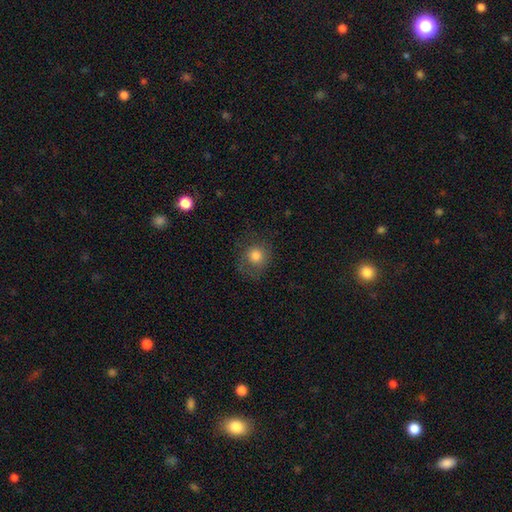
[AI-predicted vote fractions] smooth 78%, featured or disk 12%, star or artifact 10%. Down the decision tree: how rounded — round (84%); merging — none (69%).